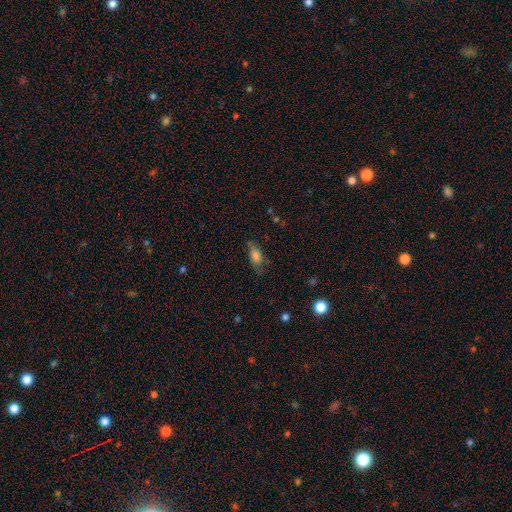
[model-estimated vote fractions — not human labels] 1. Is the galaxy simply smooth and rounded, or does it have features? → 70% smooth, 19% featured or disk, 10% star or artifact.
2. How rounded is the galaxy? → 82% in between, 12% cigar-shaped, 5% round.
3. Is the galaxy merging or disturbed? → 54% none, 29% minor disturbance, 14% major disturbance, 3% merger.